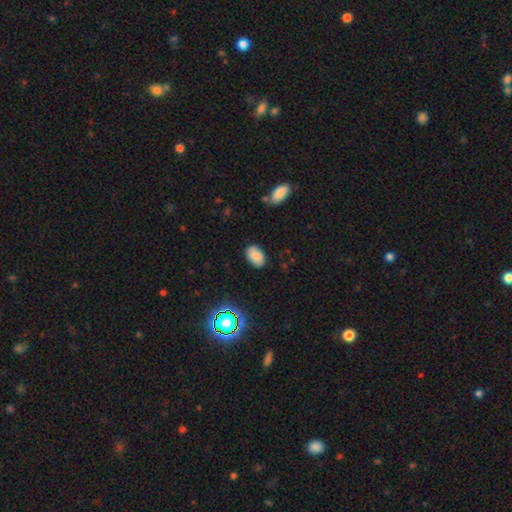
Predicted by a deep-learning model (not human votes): Smooth or featured: smooth — 79% (star or artifact — 11%)
How rounded: in between — 89% (round — 10%)
Merging: none — 81% (minor disturbance — 15%)